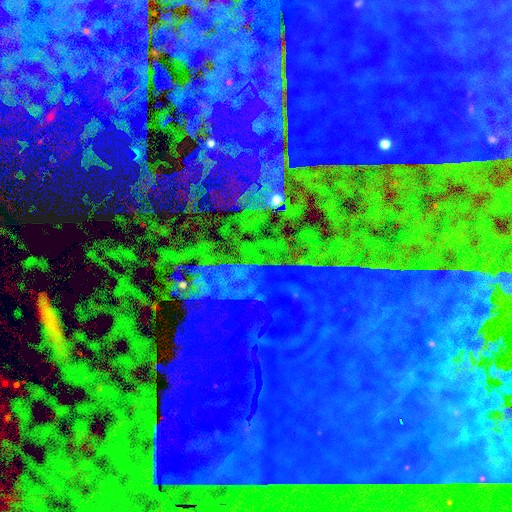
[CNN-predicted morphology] Q: Smooth or featured?
A: star or artifact (84%); runner-up: featured or disk (9%)